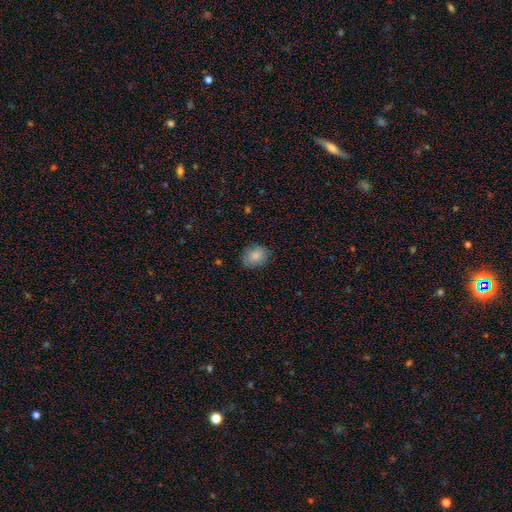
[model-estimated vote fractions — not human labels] Morphology: type=smooth (85%); roundness=round (55%); merging=none (80%).